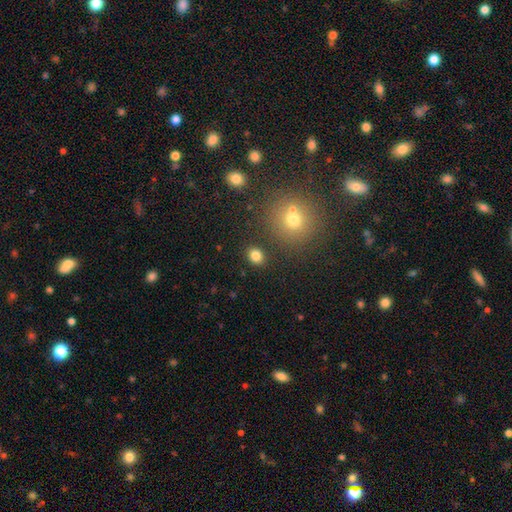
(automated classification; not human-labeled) Q: Smooth or featured?
A: smooth (82%); runner-up: star or artifact (12%)
Q: How rounded?
A: round (54%); runner-up: in between (45%)
Q: Merging?
A: none (85%); runner-up: minor disturbance (8%)